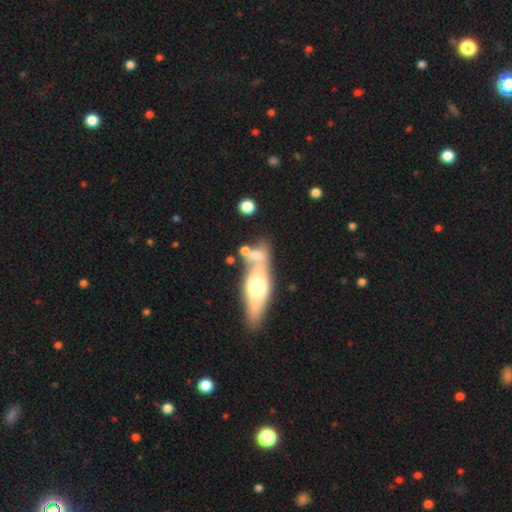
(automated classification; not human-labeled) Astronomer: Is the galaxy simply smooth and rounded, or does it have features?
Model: smooth — 50% (runner-up: featured or disk, 41%).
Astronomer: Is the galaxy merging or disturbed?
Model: merger — 42% (runner-up: none, 36%).